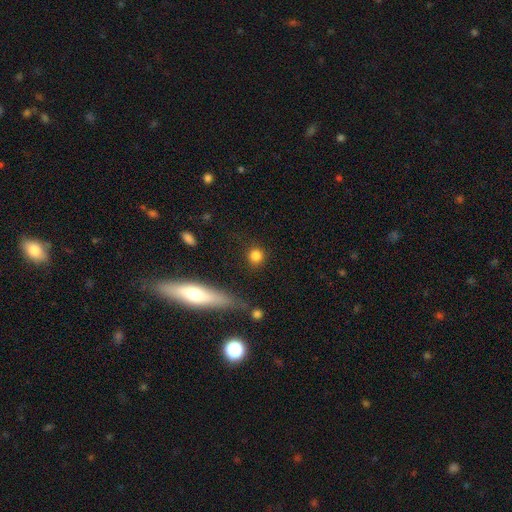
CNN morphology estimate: Q: Smooth or featured?
A: smooth (84%); runner-up: star or artifact (10%)
Q: How rounded?
A: round (89%); runner-up: in between (9%)
Q: Merging?
A: none (85%); runner-up: minor disturbance (8%)